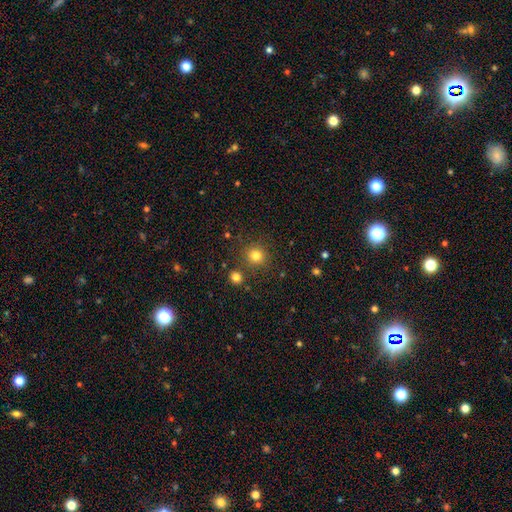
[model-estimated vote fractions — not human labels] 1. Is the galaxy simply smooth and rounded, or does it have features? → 81% smooth, 14% star or artifact, 5% featured or disk.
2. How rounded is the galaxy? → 92% round, 7% in between, 1% cigar-shaped.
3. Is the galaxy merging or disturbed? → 84% none, 7% minor disturbance, 6% merger, 3% major disturbance.